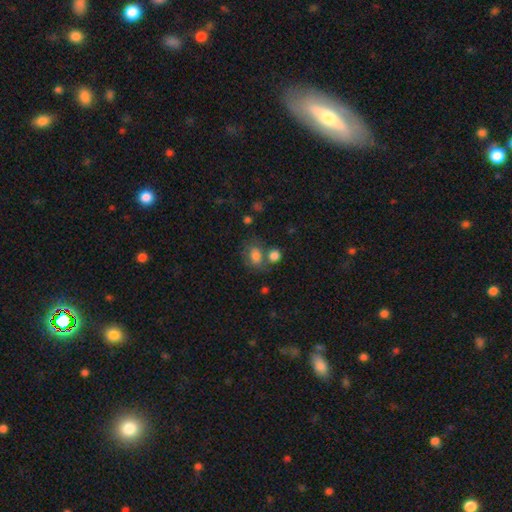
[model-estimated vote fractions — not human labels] Q: Smooth or featured?
A: smooth (77%); runner-up: featured or disk (12%)
Q: How rounded?
A: in between (64%); runner-up: round (35%)
Q: Merging?
A: none (45%); runner-up: merger (28%)